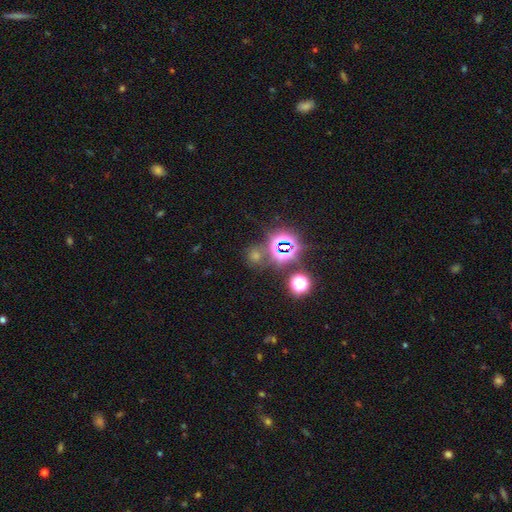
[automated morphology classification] star or artifact 64%, smooth 28%, featured or disk 8%.